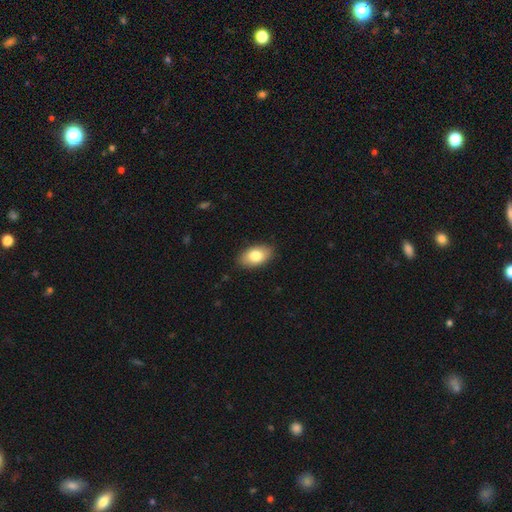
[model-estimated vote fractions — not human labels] smooth_or_featured: smooth (p=0.81) [alt: featured or disk p=0.13]
how_rounded: in between (p=0.93) [alt: round p=0.06]
merging: none (p=0.87) [alt: minor disturbance p=0.10]